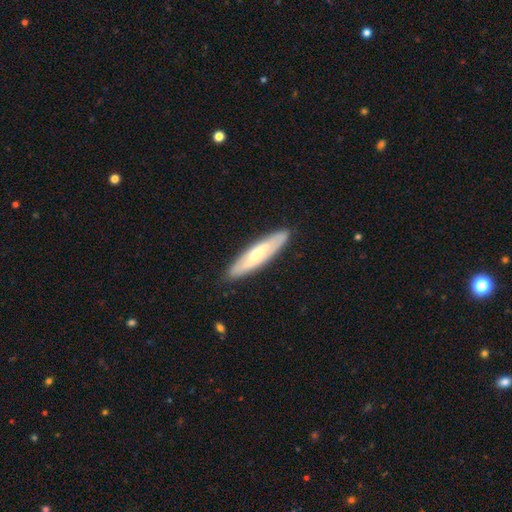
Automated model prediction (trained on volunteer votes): A featured or disk galaxy (55%) viewed edge-on (56%). Merging: none (87%).